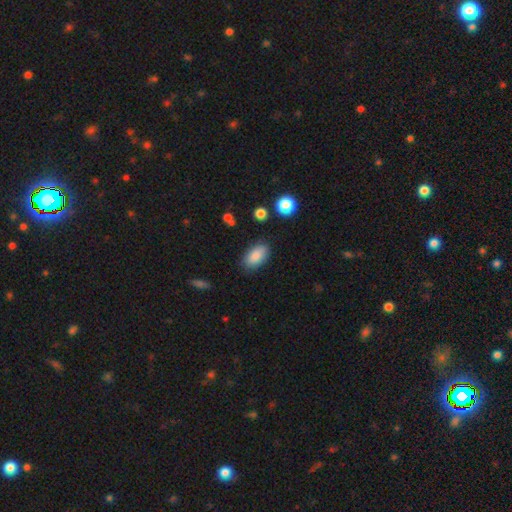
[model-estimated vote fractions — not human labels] Overall: smooth (86%). How rounded: in between (92%). Merging: none (82%).